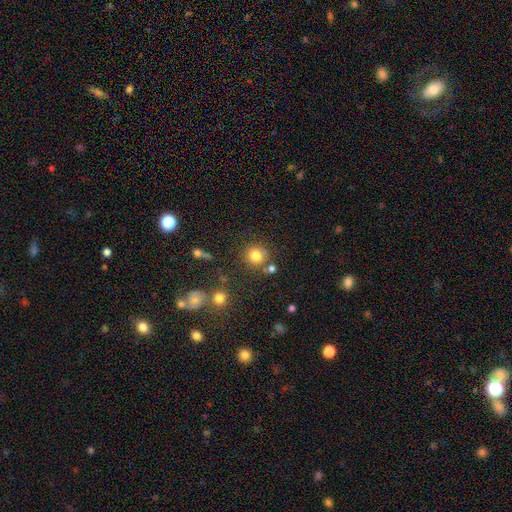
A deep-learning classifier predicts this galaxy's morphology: The model was most divided on "smooth or featured": smooth: 80%, star or artifact: 12%, featured or disk: 8%. More confident: how rounded — round (89%); merging — none (78%).